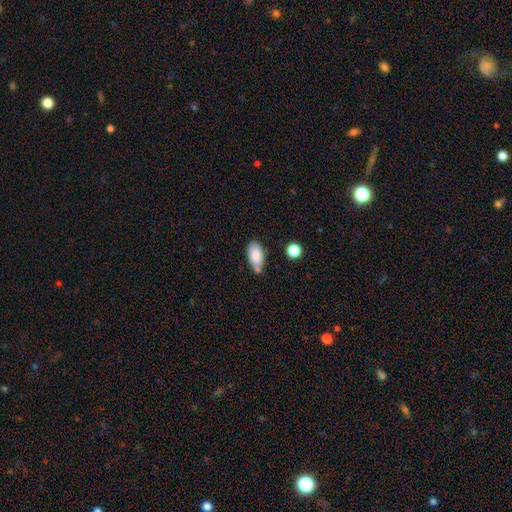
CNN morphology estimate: This is clearly a smooth galaxy (84%). How rounded: clearly in between (92%). Merging: possibly none (58%).